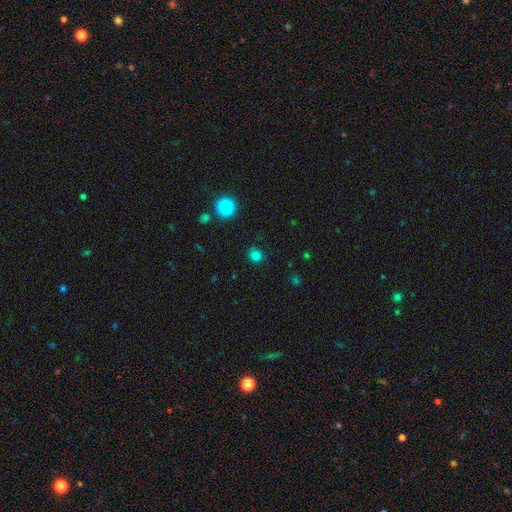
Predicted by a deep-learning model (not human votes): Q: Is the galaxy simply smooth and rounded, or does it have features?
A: smooth — 78%.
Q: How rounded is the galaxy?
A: round — 83%.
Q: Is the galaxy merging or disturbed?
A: none — 83%.